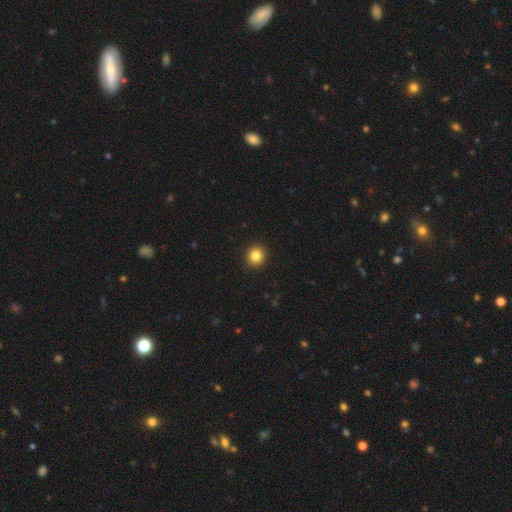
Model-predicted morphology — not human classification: This appears to be a smooth galaxy with no disk features (85%) that is round (92%). Merging: none (93%).